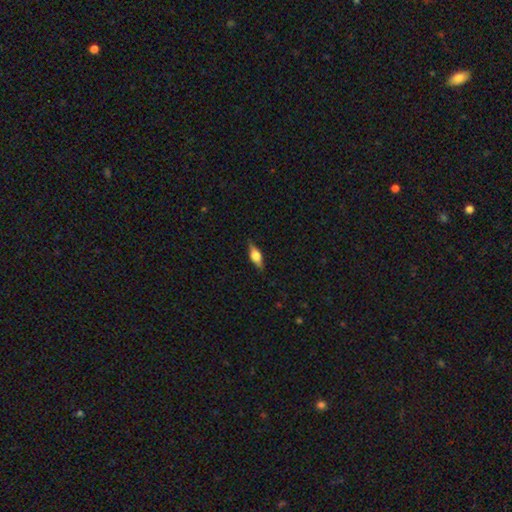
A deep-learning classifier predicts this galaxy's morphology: Smooth or featured? smooth (52%)
How rounded? in between (68%)
Merging? none (84%)